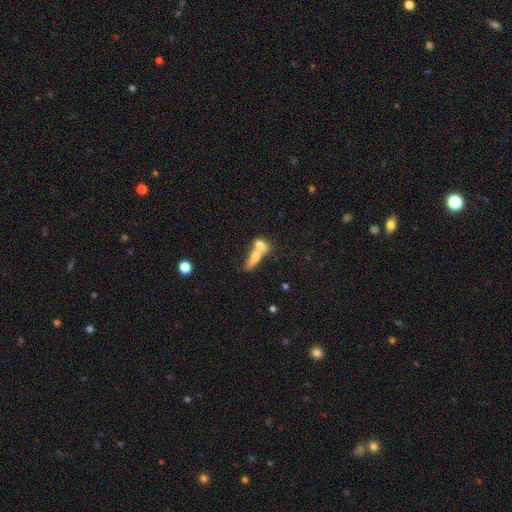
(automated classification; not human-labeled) Smooth or featured: smooth — 64% (featured or disk — 27%)
How rounded: in between — 52% (cigar-shaped — 39%)
Merging: merger — 67% (none — 21%)